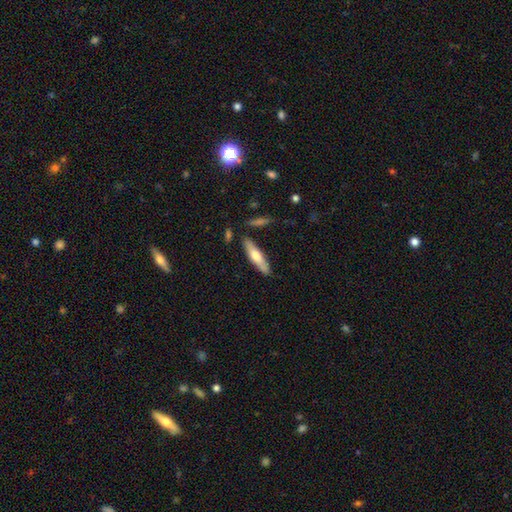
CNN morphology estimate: type=smooth (60%); roundness=cigar-shaped (74%); merging=none (81%).